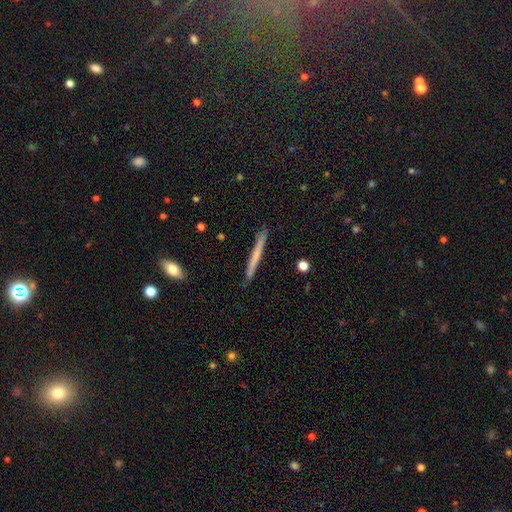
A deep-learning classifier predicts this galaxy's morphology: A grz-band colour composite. It shows a smooth galaxy with no disk features (54%) that is cigar-shaped (97%). Merging: none (89%).